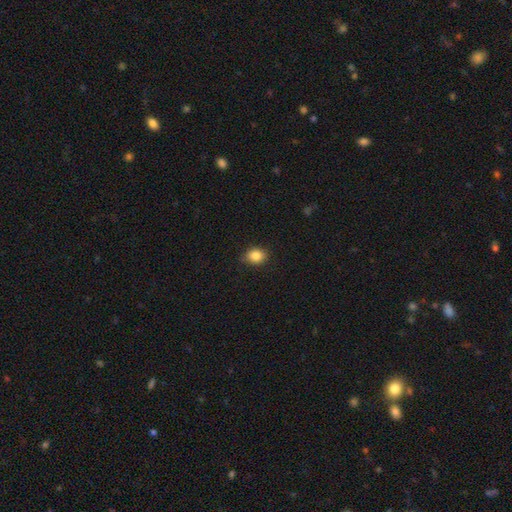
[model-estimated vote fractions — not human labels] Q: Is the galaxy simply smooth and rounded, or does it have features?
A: smooth — 86%.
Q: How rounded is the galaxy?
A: round — 51%.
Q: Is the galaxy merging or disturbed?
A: none — 83%.